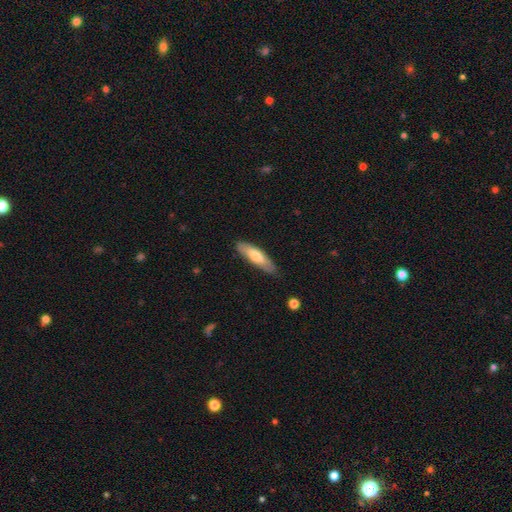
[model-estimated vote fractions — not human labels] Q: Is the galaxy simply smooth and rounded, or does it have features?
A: smooth — 65%.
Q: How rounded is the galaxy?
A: cigar-shaped — 59%.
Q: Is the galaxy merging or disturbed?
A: none — 82%.